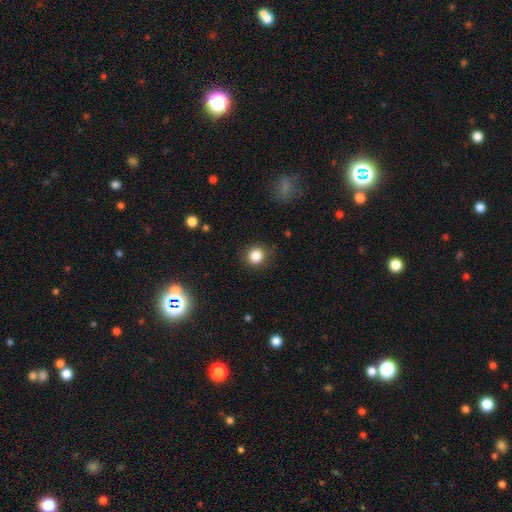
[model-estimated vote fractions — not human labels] Morphology: type=smooth (84%); roundness=round (88%); merging=none (84%).